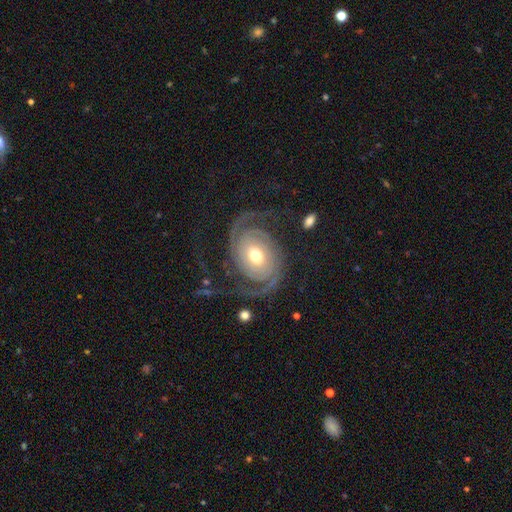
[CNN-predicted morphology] This appears to be a featured or disk galaxy (90%) with no bar (66%), 2 (84%) tight (50%) spiral arms (98%) and a moderate central bulge (68%). Merging: none (71%).